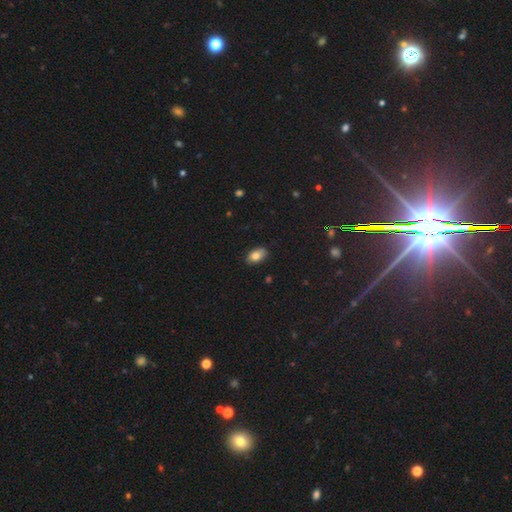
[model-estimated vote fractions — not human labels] The model was most divided on "smooth or featured": smooth: 81%, featured or disk: 11%, star or artifact: 8%. More confident: how rounded — in between (92%); merging — none (85%).